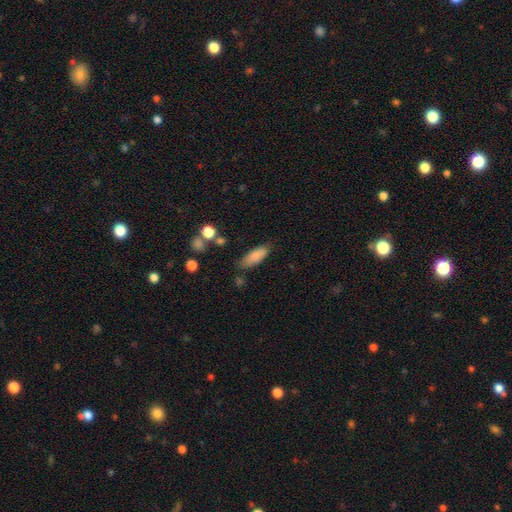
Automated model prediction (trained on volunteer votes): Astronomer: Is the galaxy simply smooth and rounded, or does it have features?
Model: smooth — 84%.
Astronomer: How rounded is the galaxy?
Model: in between — 69%.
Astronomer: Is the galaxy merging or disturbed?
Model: none — 73%.